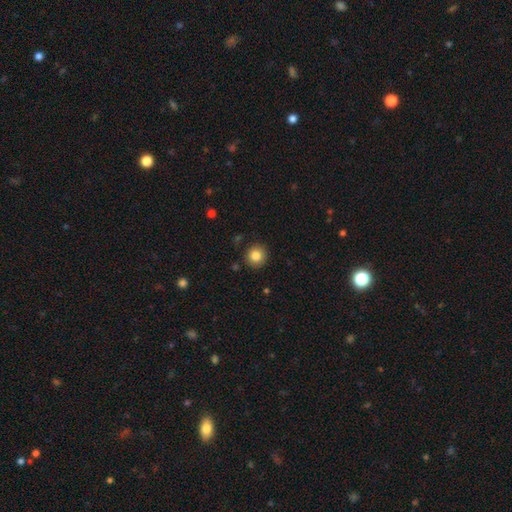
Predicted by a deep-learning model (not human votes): Smooth or featured? Predicted: smooth (p=0.83). How rounded? Predicted: round (p=0.94). Merging? Predicted: none (p=0.90).